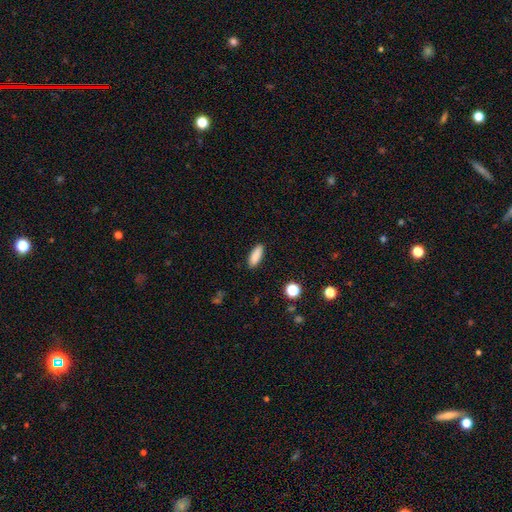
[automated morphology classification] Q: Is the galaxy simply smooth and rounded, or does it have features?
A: smooth — 87%.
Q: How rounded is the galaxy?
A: in between — 65%.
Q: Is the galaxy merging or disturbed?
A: none — 89%.